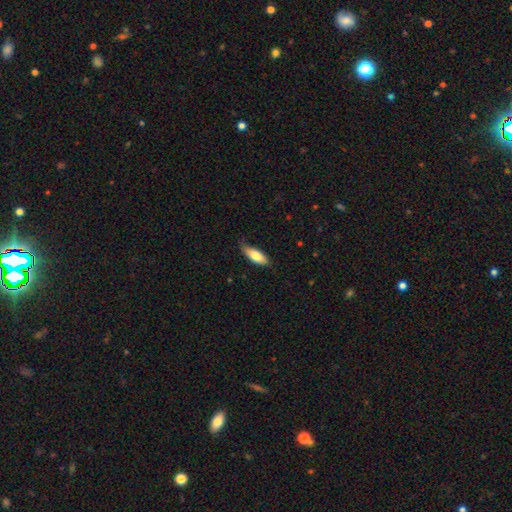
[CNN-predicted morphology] A smooth galaxy with no disk features (76%) that is in between round and cigar-shaped (69%).

Vote fractions:
- Smooth or featured? smooth: 76% / featured or disk: 18% / star or artifact: 6%
- How rounded? in between: 69% / cigar-shaped: 29% / round: 2%
- Merging? none: 70% / minor disturbance: 25% / major disturbance: 4% / merger: 1%